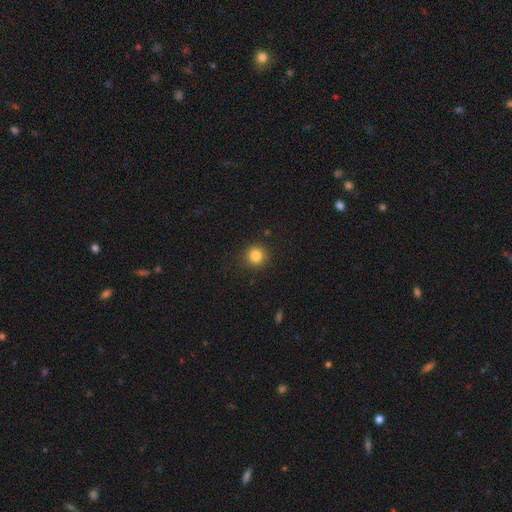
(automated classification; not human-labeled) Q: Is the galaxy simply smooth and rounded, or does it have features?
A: smooth — 84%.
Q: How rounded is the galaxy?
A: round — 92%.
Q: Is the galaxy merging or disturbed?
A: none — 89%.